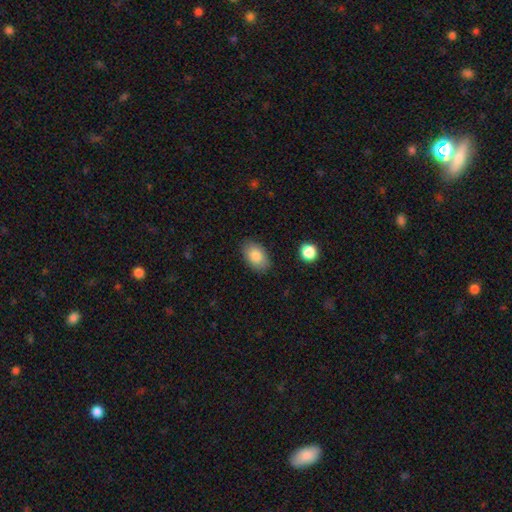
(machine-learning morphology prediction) The model was most divided on "merging": none: 85%, minor disturbance: 11%, major disturbance: 3%, merger: 1%. More confident: how rounded — in between (89%); smooth or featured — smooth (84%).